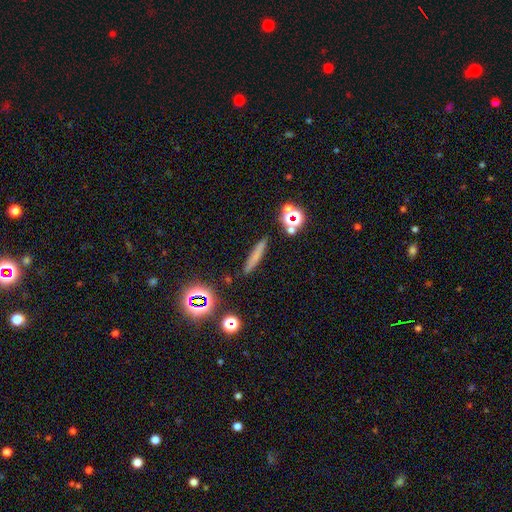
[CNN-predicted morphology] This is likely a smooth galaxy (66%). How rounded: clearly cigar-shaped (91%). Merging: clearly none (86%).